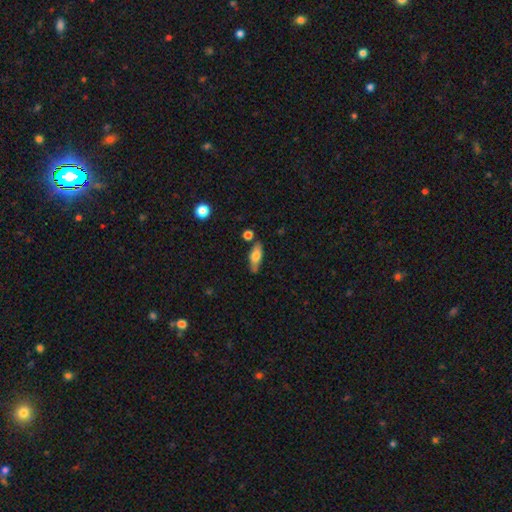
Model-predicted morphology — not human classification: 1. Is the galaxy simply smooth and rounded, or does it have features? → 72% smooth, 21% featured or disk, 7% star or artifact.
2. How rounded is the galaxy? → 69% in between, 28% cigar-shaped, 3% round.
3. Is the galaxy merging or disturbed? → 69% none, 19% minor disturbance, 8% merger, 4% major disturbance.